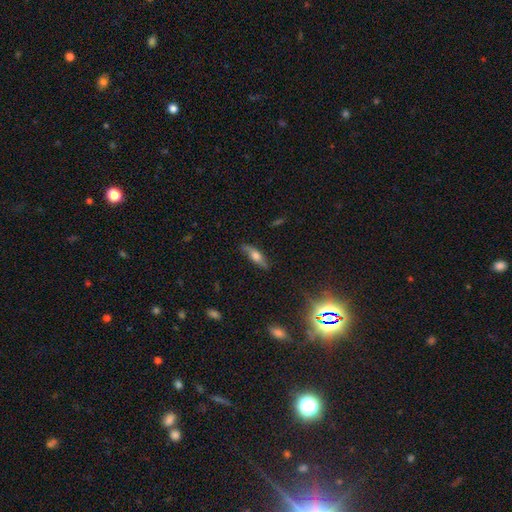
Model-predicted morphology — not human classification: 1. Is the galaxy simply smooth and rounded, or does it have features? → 52% smooth, 39% featured or disk, 8% star or artifact.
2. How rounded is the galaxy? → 53% cigar-shaped, 44% in between, 3% round.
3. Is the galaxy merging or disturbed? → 80% none, 15% minor disturbance, 3% major disturbance, 1% merger.